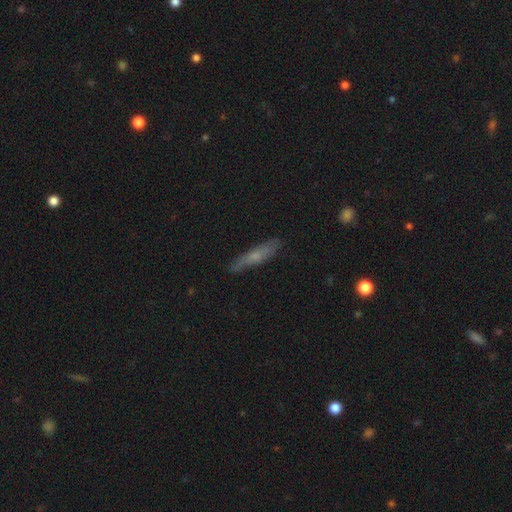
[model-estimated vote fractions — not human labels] smooth-or-featured: smooth: 49% | featured or disk: 42% | star or artifact: 8%
  merging: none: 84% | minor disturbance: 13% | major disturbance: 2% | merger: 1%